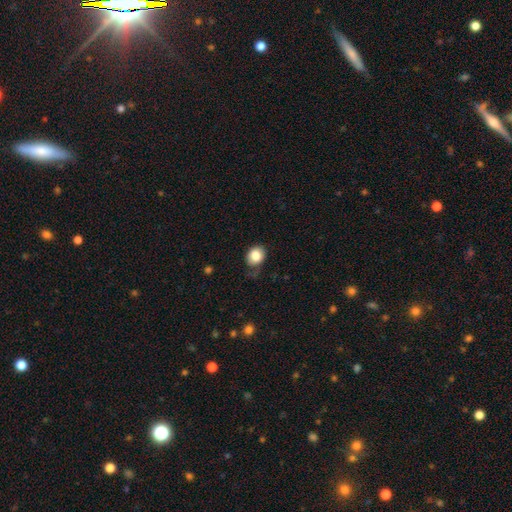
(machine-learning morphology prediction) smooth_or_featured: smooth (p=0.83) [alt: star or artifact p=0.08]
how_rounded: round (p=0.60) [alt: in between p=0.39]
merging: none (p=0.59) [alt: minor disturbance p=0.28]